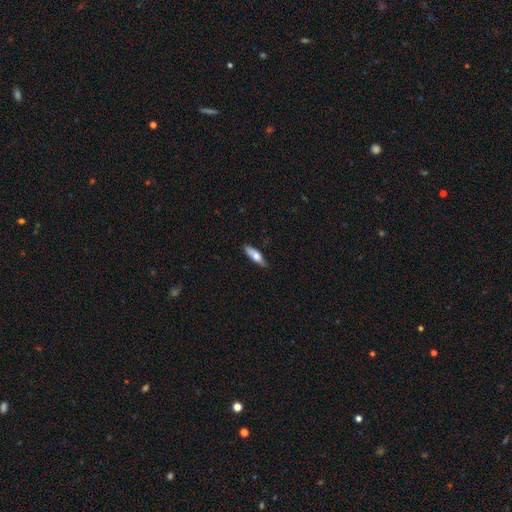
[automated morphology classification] smooth_or_featured: smooth (p=0.63) [alt: featured or disk p=0.32]
how_rounded: cigar-shaped (p=0.53) [alt: in between p=0.44]
merging: none (p=0.79) [alt: minor disturbance p=0.17]